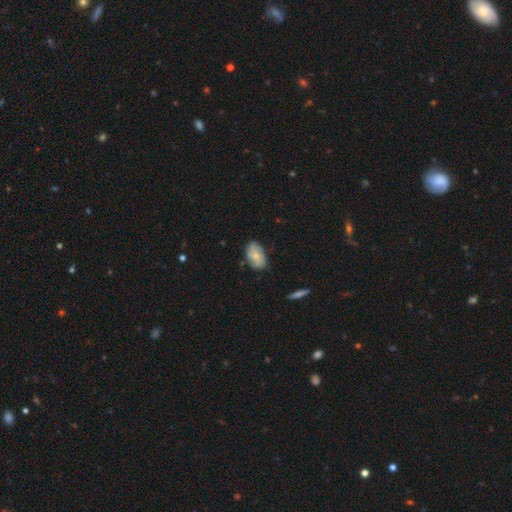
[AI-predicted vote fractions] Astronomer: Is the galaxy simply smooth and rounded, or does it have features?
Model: smooth — 58% (runner-up: featured or disk, 35%).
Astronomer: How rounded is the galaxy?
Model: in between — 90%.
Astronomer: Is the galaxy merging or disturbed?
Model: none — 68%.